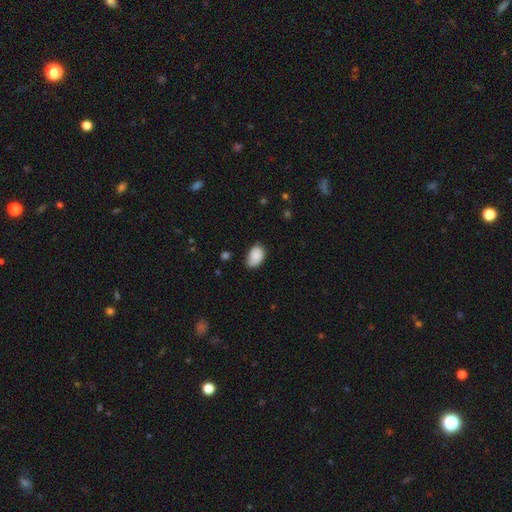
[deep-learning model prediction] smooth 86%, featured or disk 7%, star or artifact 7%. Down the decision tree: how rounded — in between (89%); merging — none (55%).